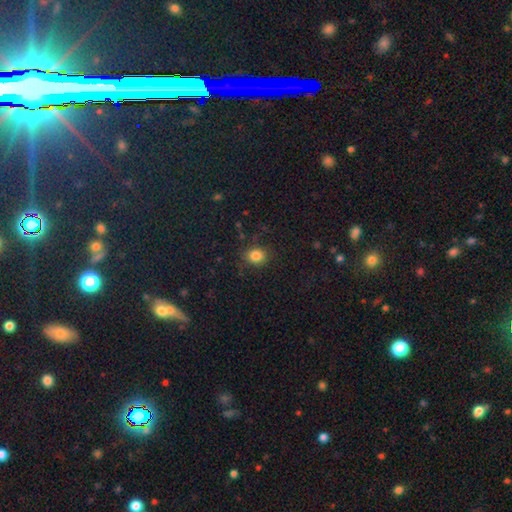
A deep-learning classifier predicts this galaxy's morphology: A smooth galaxy with no disk features (83%) that is round (67%).

Vote fractions:
- Smooth or featured? smooth: 83% / star or artifact: 12% / featured or disk: 5%
- How rounded? round: 67% / in between: 32% / cigar-shaped: 1%
- Merging? none: 84% / minor disturbance: 11% / major disturbance: 4% / merger: 2%